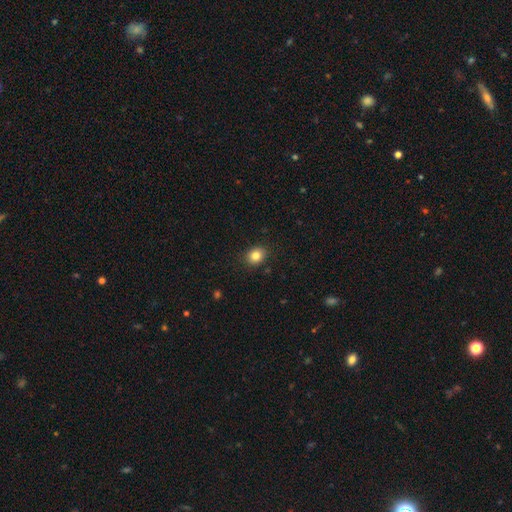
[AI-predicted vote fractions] Smooth or featured: smooth — 83% (star or artifact — 10%)
How rounded: round — 58% (in between — 42%)
Merging: none — 89% (minor disturbance — 8%)